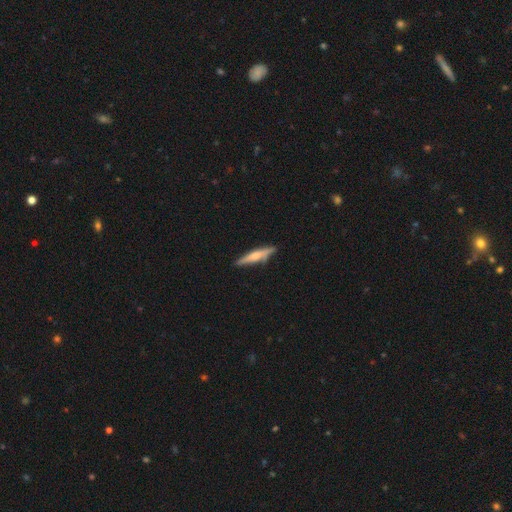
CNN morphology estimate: A smooth galaxy with no disk features (49%).

Vote fractions:
- Smooth or featured? smooth: 49% / featured or disk: 45% / star or artifact: 6%
- Merging? none: 80% / minor disturbance: 15% / major disturbance: 3% / merger: 2%